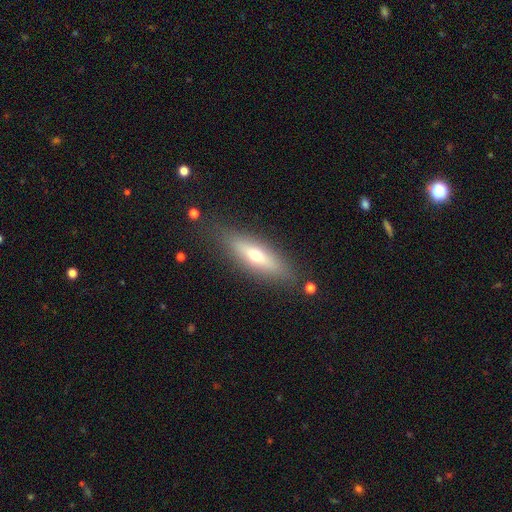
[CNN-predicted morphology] A smooth galaxy with no disk features (52%) that is cigar-shaped (58%).

Vote fractions:
- Smooth or featured? smooth: 52% / featured or disk: 41% / star or artifact: 8%
- How rounded? cigar-shaped: 58% / in between: 39% / round: 3%
- Merging? none: 82% / minor disturbance: 12% / major disturbance: 4% / merger: 2%